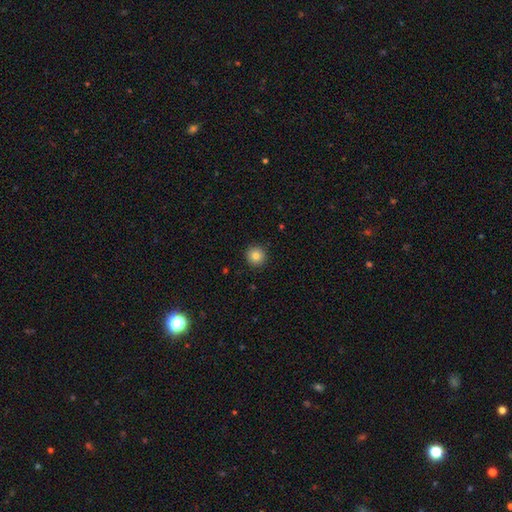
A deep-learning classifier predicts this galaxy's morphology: The model was most divided on "smooth or featured": smooth: 84%, star or artifact: 10%, featured or disk: 6%. More confident: how rounded — round (95%); merging — none (92%).